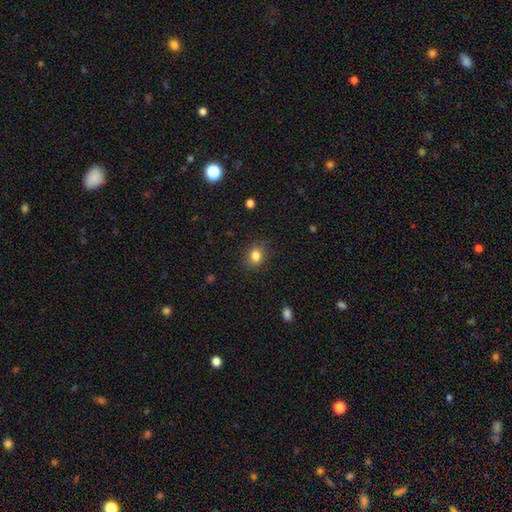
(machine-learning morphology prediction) Smooth or featured? smooth (83%)
How rounded? round (52%)
Merging? none (84%)